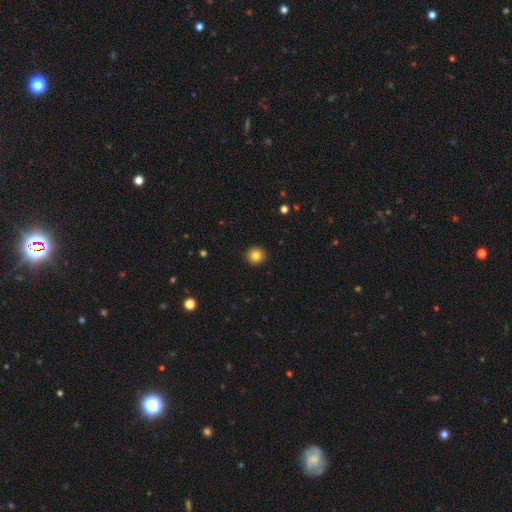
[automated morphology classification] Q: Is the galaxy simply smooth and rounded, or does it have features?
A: smooth — 83%.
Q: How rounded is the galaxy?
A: round — 93%.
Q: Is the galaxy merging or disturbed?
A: none — 93%.